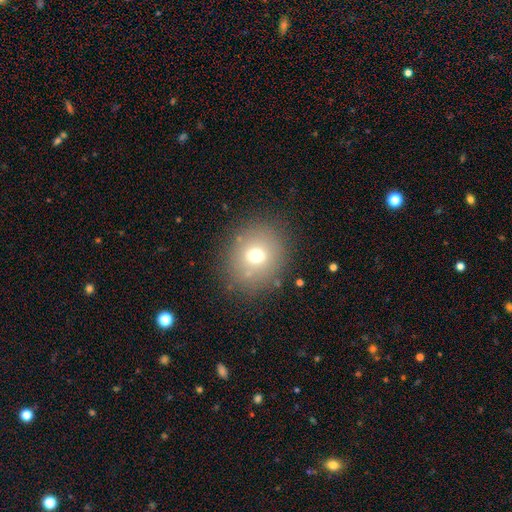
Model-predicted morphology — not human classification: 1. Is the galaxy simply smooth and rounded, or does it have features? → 67% smooth, 16% star or artifact, 16% featured or disk.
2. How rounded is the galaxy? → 74% round, 25% in between, 1% cigar-shaped.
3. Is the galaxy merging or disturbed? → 85% none, 9% minor disturbance, 3% major disturbance, 2% merger.